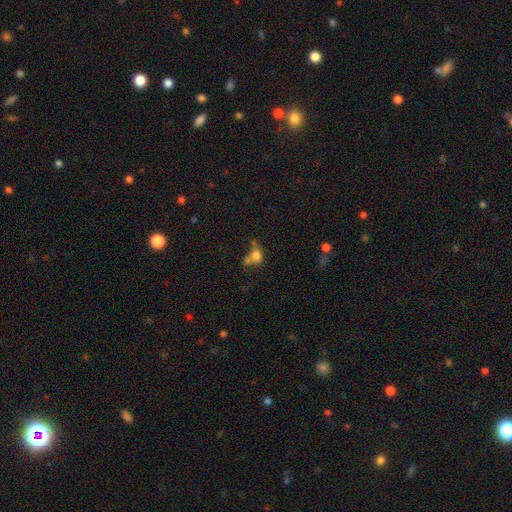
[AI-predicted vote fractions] Overall: smooth (72%). How rounded: round (56%; in between 42%). Merging: merger (41%; none 28%).